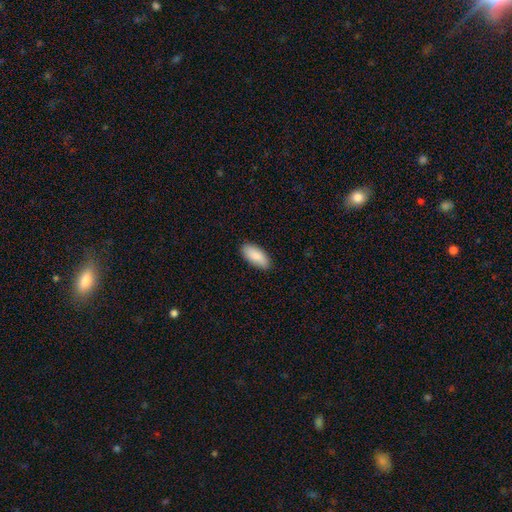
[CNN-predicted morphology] smooth 88%, featured or disk 7%, star or artifact 5%. Down the decision tree: how rounded — in between (87%); merging — none (88%).